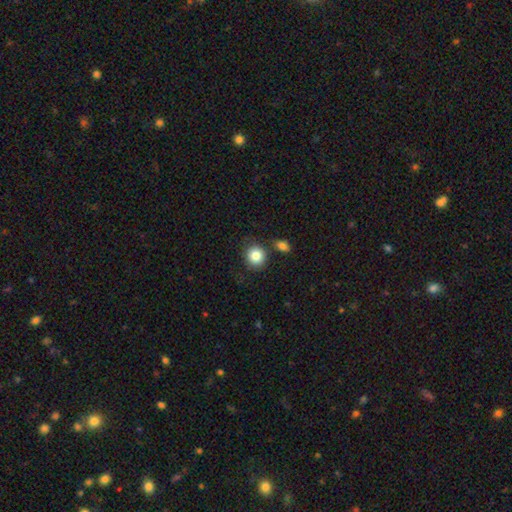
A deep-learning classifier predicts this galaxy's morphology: smooth-or-featured: smooth: 85% | star or artifact: 9% | featured or disk: 7%
  how-rounded: round: 87% | in between: 12% | cigar-shaped: 1%
  merging: none: 77% | minor disturbance: 11% | merger: 9% | major disturbance: 3%